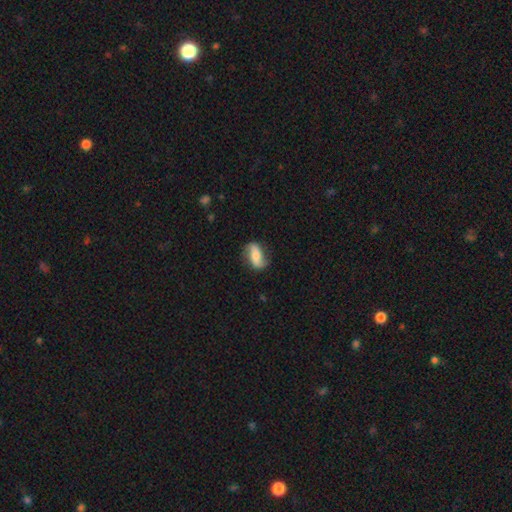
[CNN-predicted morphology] smooth_or_featured: featured or disk (p=0.54) [alt: smooth p=0.38]
disk_edge_on: no (p=0.93) [alt: yes p=0.07]
bar: no (p=0.43) [alt: weak p=0.31]
has_spiral_arms: yes (p=0.89) [alt: no p=0.11]
bulge_size: moderate (p=0.31) [alt: small p=0.28]
merging: none (p=0.75) [alt: minor disturbance p=0.18]